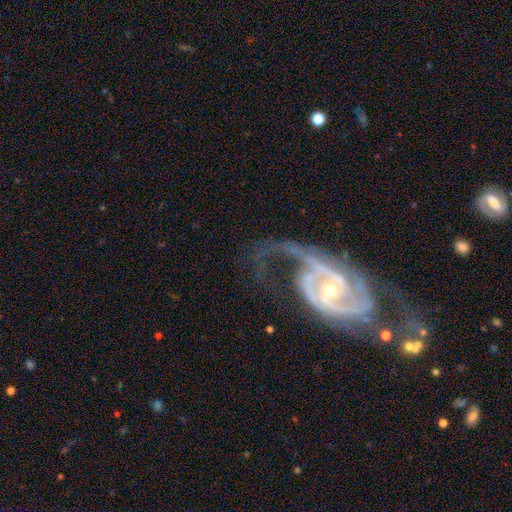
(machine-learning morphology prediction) type=featured or disk (91%); edge-on=no (97%); bar=no (44%); spiral arms=yes (97%); winding=medium (46%); arm count=2 (74%); bulge=small (56%); merging=none (48%).